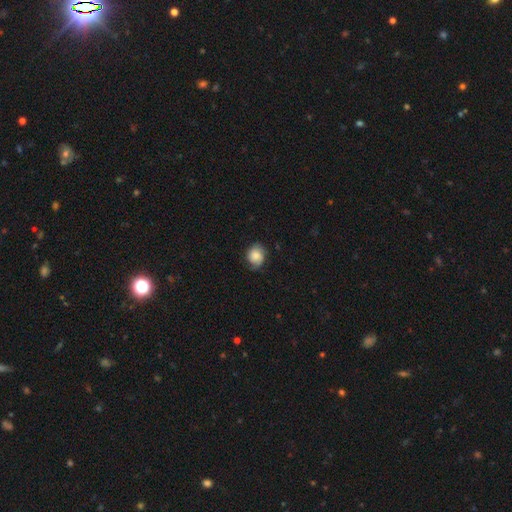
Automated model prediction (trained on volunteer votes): Q: Smooth or featured?
A: smooth (68%); runner-up: featured or disk (24%)
Q: How rounded?
A: round (56%); runner-up: in between (44%)
Q: Merging?
A: none (64%); runner-up: minor disturbance (27%)